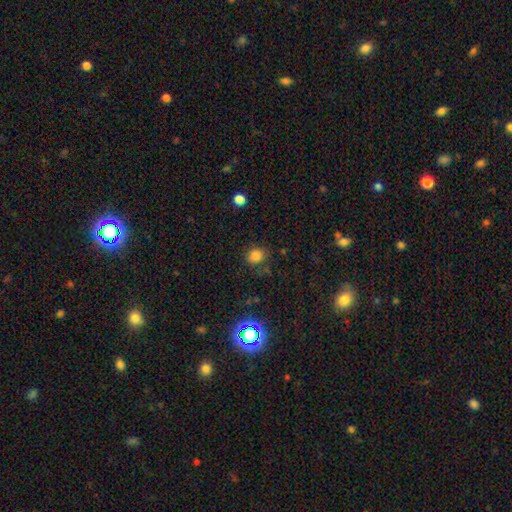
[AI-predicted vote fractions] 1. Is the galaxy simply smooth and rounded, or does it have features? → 79% smooth, 16% star or artifact, 5% featured or disk.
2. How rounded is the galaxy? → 73% round, 26% in between, 1% cigar-shaped.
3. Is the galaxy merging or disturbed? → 76% none, 15% minor disturbance, 5% major disturbance, 3% merger.